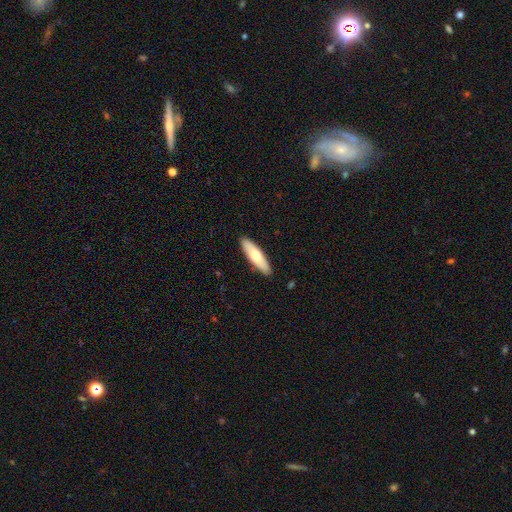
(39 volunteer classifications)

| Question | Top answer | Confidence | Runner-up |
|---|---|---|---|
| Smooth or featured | smooth | 72% | featured or disk (26%) |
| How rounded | cigar-shaped | 75% | in between (25%) |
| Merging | none | 89% | minor disturbance (11%) |